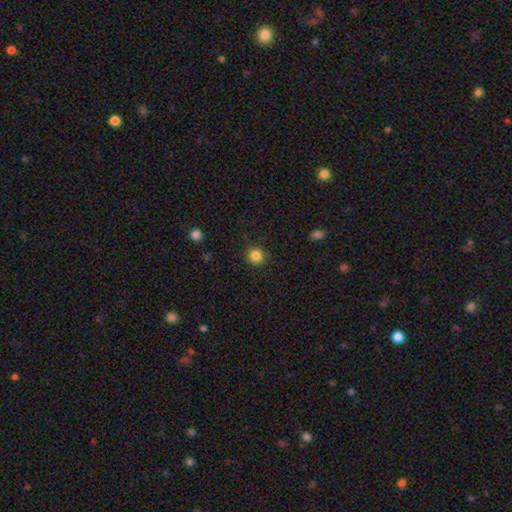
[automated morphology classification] smooth 84%, star or artifact 12%, featured or disk 4%. Down the decision tree: how rounded — round (90%); merging — none (90%).